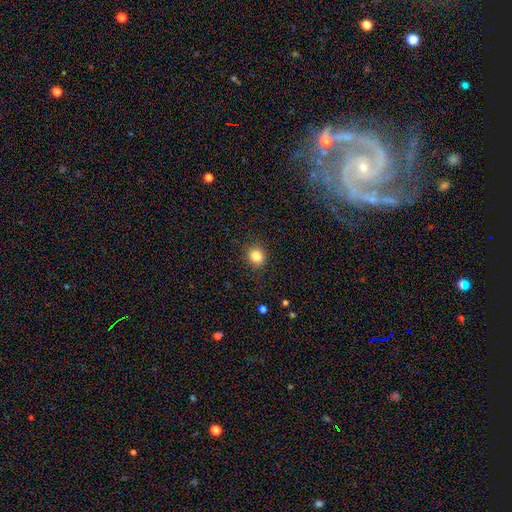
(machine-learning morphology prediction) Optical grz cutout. It shows a smooth galaxy with no disk features (84%) that is round (76%). Merging: none (87%).